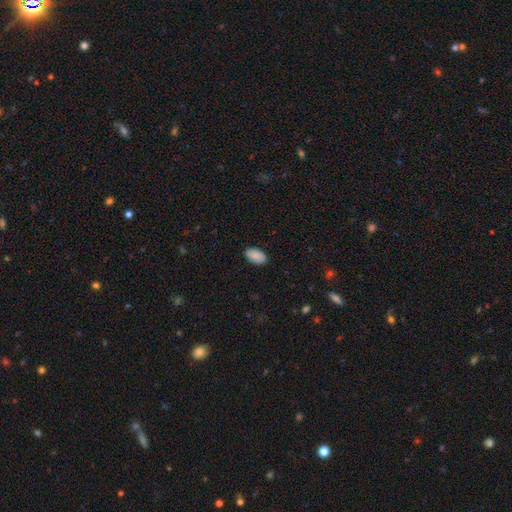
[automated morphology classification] This is clearly a smooth galaxy (87%). How rounded: clearly in between (95%). Merging: clearly none (87%).